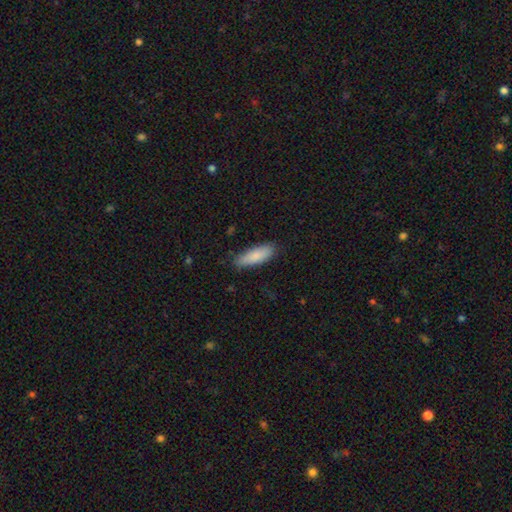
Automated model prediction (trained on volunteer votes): Smooth or featured: smooth — 86% (featured or disk — 8%)
How rounded: in between — 51% (cigar-shaped — 47%)
Merging: none — 83% (minor disturbance — 13%)